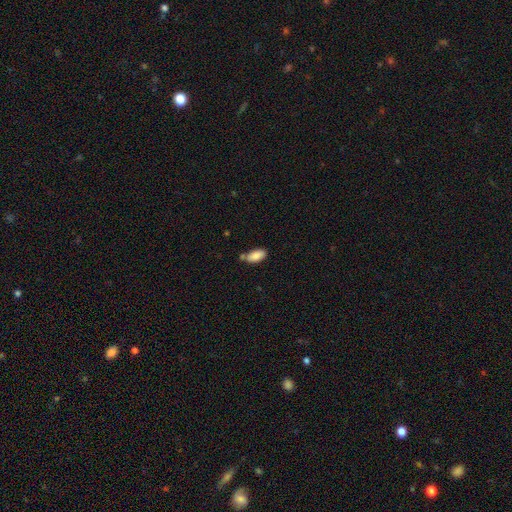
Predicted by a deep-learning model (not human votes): This is clearly a smooth galaxy (85%). How rounded: clearly in between (91%). Merging: likely none (62%).